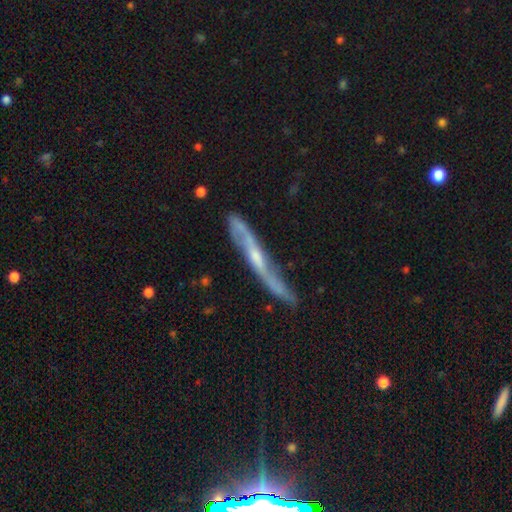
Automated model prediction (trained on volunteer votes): Overall: featured or disk (74%). Edge-on disk: yes (68%; no 32%). Edge-on bulge: none (48%; rounded 42%). Merging: none (60%; minor disturbance 27%).